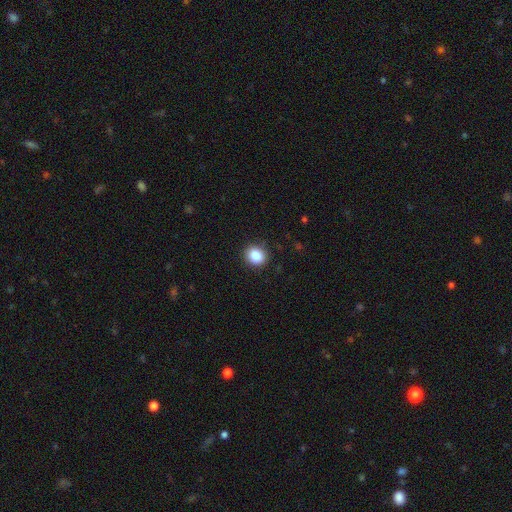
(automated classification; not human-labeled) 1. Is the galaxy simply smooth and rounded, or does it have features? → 87% smooth, 9% star or artifact, 4% featured or disk.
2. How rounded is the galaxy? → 74% round, 25% in between, 1% cigar-shaped.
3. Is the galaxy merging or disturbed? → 89% none, 8% minor disturbance, 2% major disturbance, 1% merger.